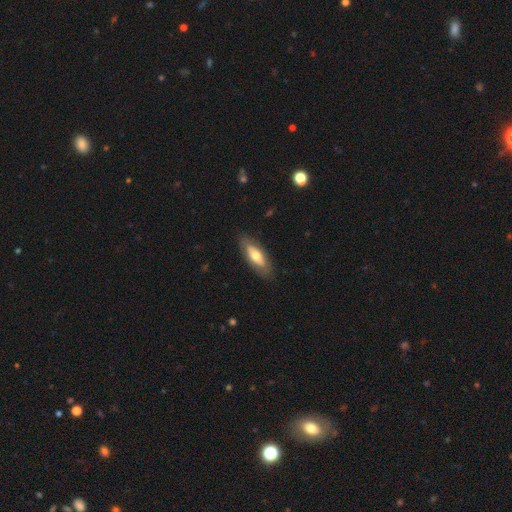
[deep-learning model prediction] smooth 58%, featured or disk 36%, star or artifact 5%. Down the decision tree: how rounded — in between (69%); merging — none (83%).